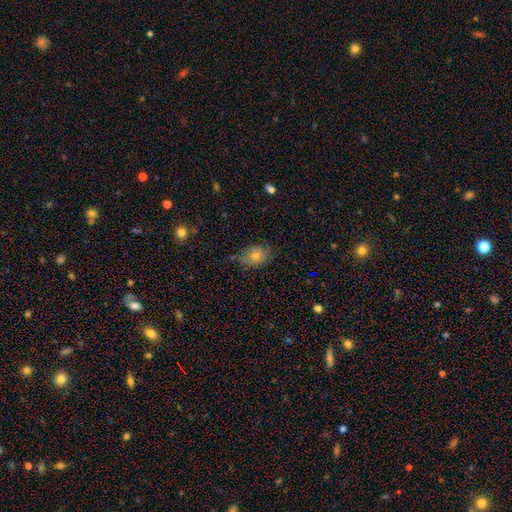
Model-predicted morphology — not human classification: This appears to be a smooth galaxy with no disk features (57%) that is in between round and cigar-shaped (58%). Merging: none (64%).